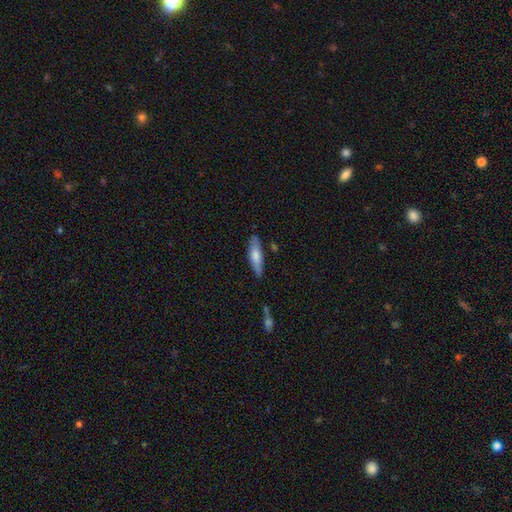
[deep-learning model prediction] Q: Smooth or featured?
A: smooth (64%); runner-up: featured or disk (30%)
Q: How rounded?
A: cigar-shaped (66%); runner-up: in between (33%)
Q: Merging?
A: none (81%); runner-up: minor disturbance (14%)